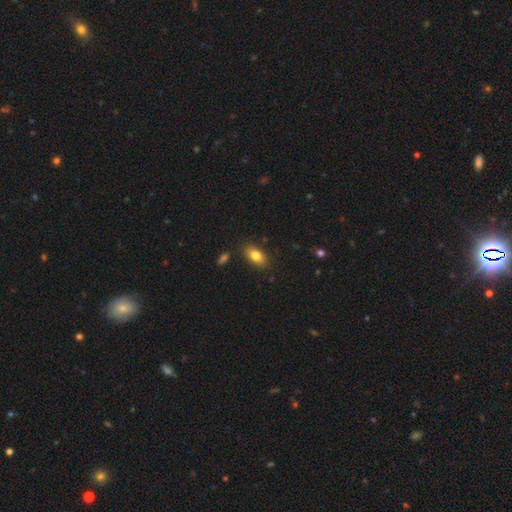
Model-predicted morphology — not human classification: A smooth galaxy with no disk features (82%) that is in between round and cigar-shaped (88%).

Vote fractions:
- Smooth or featured? smooth: 82% / featured or disk: 10% / star or artifact: 8%
- How rounded? in between: 88% / cigar-shaped: 6% / round: 6%
- Merging? none: 85% / minor disturbance: 11% / major disturbance: 2% / merger: 2%